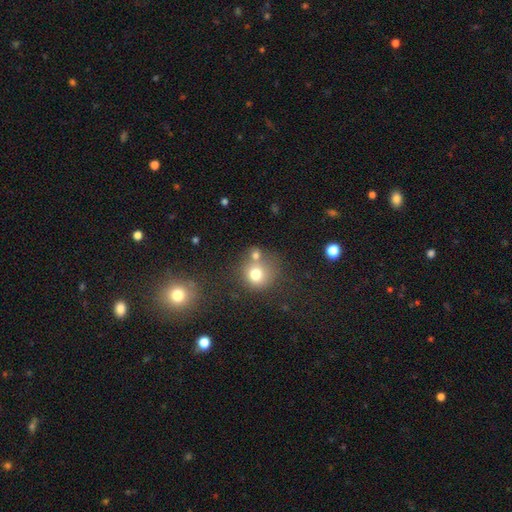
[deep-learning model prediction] smooth-or-featured: smooth: 74% | star or artifact: 14% | featured or disk: 11%
  how-rounded: round: 82% | in between: 17% | cigar-shaped: 1%
  merging: none: 47% | merger: 34% | minor disturbance: 11% | major disturbance: 7%